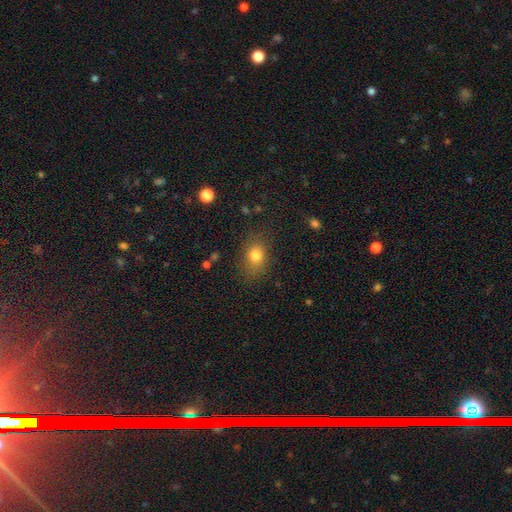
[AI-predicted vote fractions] Smooth or featured?
  - smooth: 78% *
  - star or artifact: 12%
  - featured or disk: 9%
How rounded?
  - in between: 59% *
  - round: 39%
  - cigar-shaped: 2%
Merging?
  - none: 78% *
  - minor disturbance: 15%
  - major disturbance: 6%
  - merger: 2%